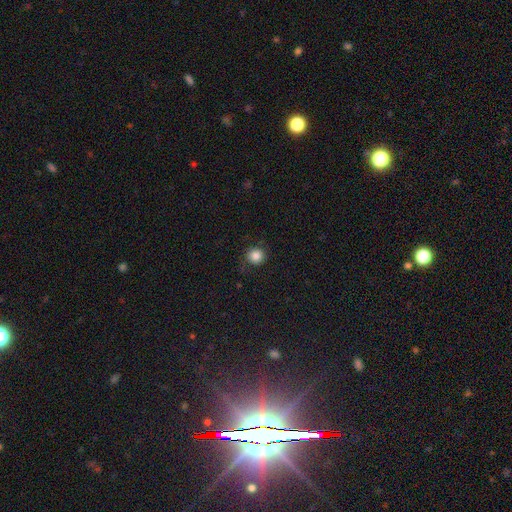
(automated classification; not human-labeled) Overall: smooth (84%). How rounded: round (93%). Merging: none (85%).